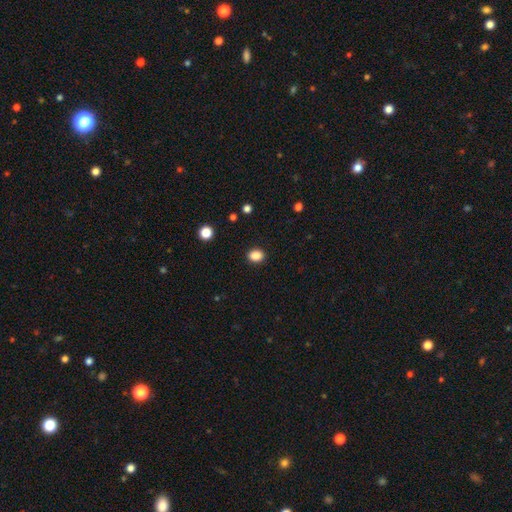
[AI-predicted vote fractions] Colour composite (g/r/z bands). It shows a smooth galaxy with no disk features (87%) that is in between round and cigar-shaped (52%). Merging: none (90%).